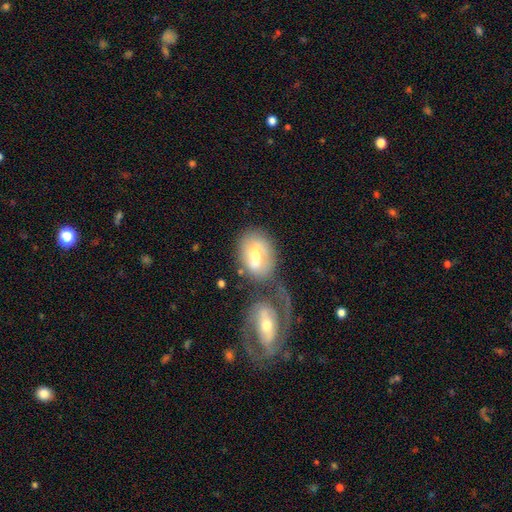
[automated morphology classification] smooth_or_featured: featured or disk (p=0.53) [alt: smooth p=0.40]
disk_edge_on: no (p=0.91) [alt: yes p=0.09]
merging: none (p=0.42) [alt: merger p=0.35]